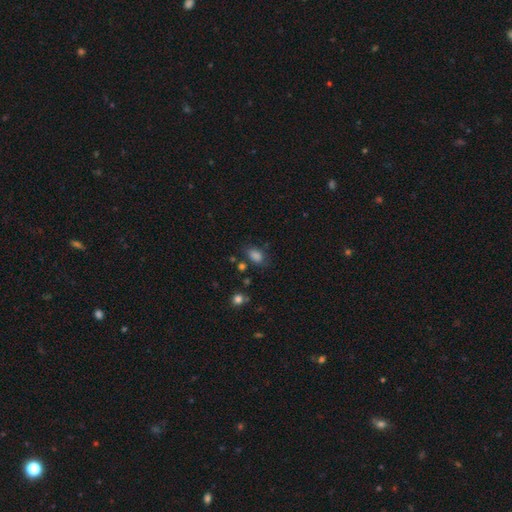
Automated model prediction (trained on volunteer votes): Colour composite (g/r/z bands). It shows a smooth galaxy with no disk features (83%) that is in between round and cigar-shaped (84%). Merging: none (72%).